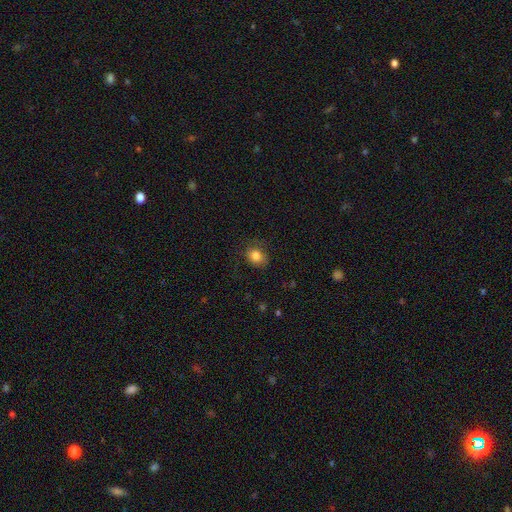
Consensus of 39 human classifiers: smooth_or_featured: smooth (p=0.95) [alt: featured or disk p=0.03]
how_rounded: round (p=0.70) [alt: in between p=0.30]
merging: none (p=0.84) [alt: minor disturbance p=0.08]